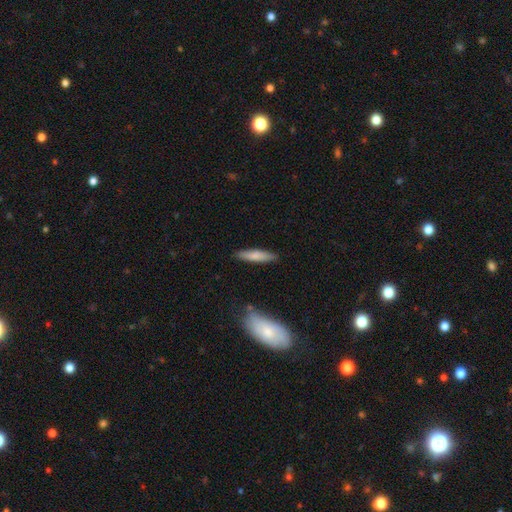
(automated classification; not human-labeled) smooth 73%, featured or disk 21%, star or artifact 6%. Down the decision tree: how rounded — cigar-shaped (82%); merging — none (86%).